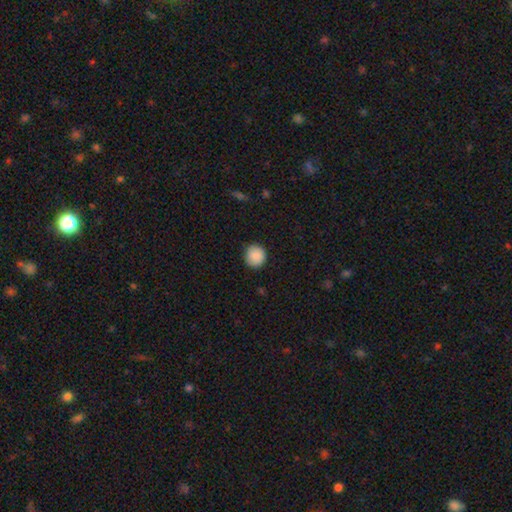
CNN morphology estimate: smooth-or-featured: smooth: 89% | star or artifact: 8% | featured or disk: 3%
  how-rounded: round: 92% | in between: 7% | cigar-shaped: 1%
  merging: none: 89% | minor disturbance: 8% | major disturbance: 2% | merger: 1%